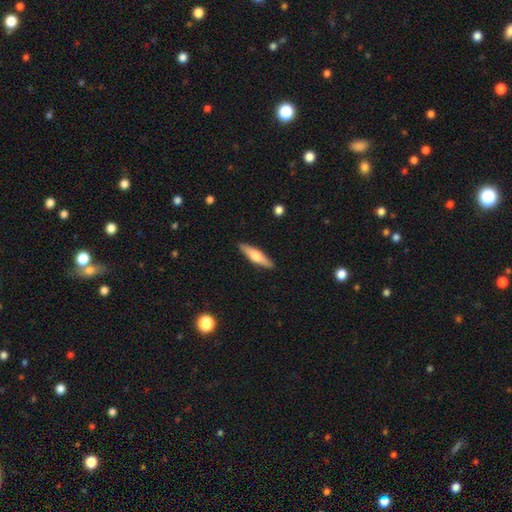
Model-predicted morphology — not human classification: A smooth galaxy with no disk features (58%) that is cigar-shaped (73%). Merging: none (90%).